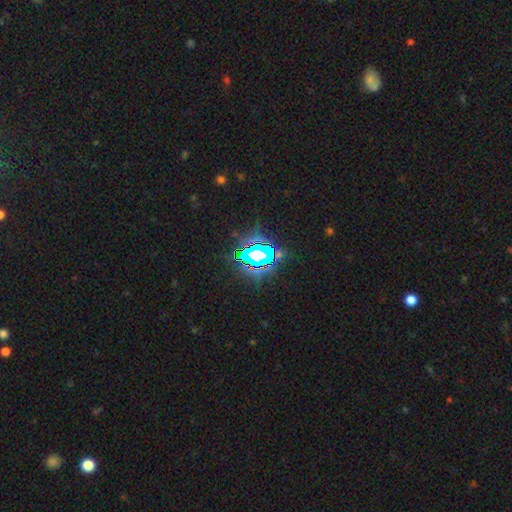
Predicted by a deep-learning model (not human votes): The model was most divided on "smooth or featured": star or artifact: 74%, smooth: 14%, featured or disk: 12%.